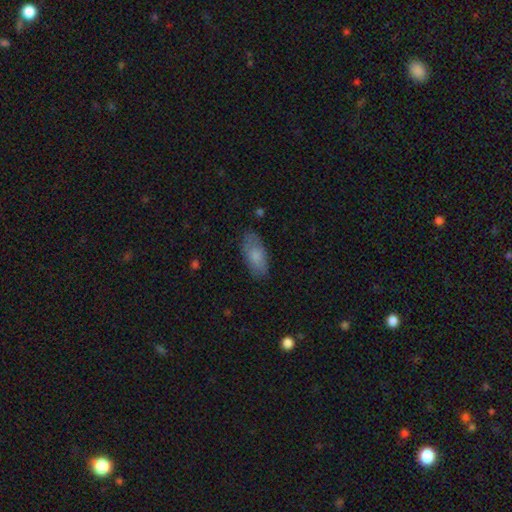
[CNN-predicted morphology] A smooth galaxy with no disk features (79%) that is in between round and cigar-shaped (89%). Merging: none (80%).